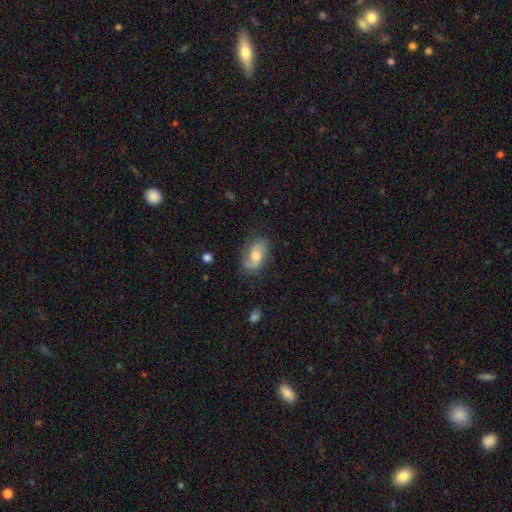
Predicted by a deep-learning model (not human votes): Q: Smooth or featured?
A: featured or disk (58%); runner-up: smooth (34%)
Q: Edge-on disk?
A: no (95%); runner-up: yes (5%)
Q: Bar?
A: no (58%); runner-up: weak (35%)
Q: Spiral arms?
A: yes (88%); runner-up: no (12%)
Q: Bulge size?
A: moderate (64%); runner-up: small (16%)
Q: Merging?
A: none (73%); runner-up: minor disturbance (19%)